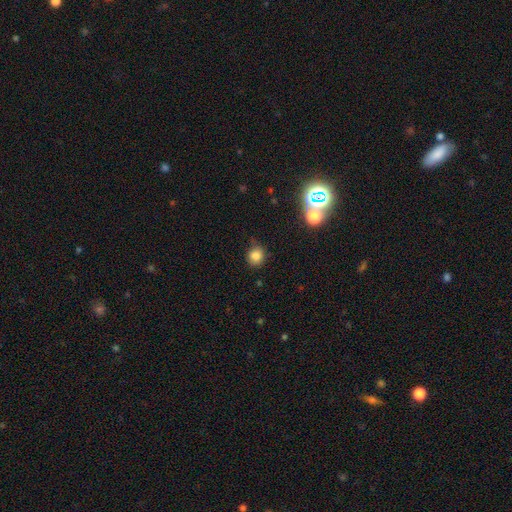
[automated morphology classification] smooth_or_featured: smooth (p=0.82) [alt: star or artifact p=0.13]
how_rounded: round (p=0.80) [alt: in between p=0.19]
merging: none (p=0.72) [alt: minor disturbance p=0.21]